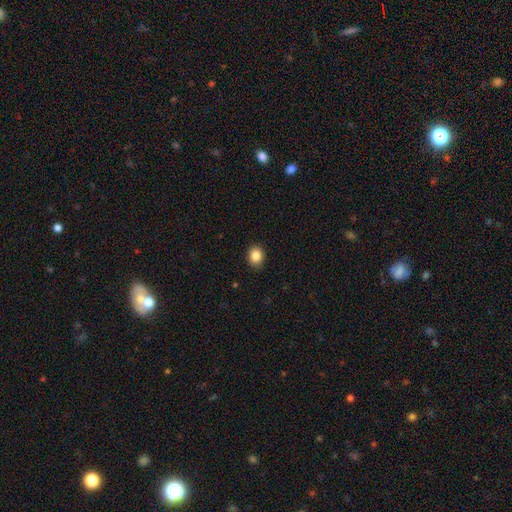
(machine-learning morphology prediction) Overall: smooth (86%). How rounded: round (51%; in between 48%). Merging: none (90%).